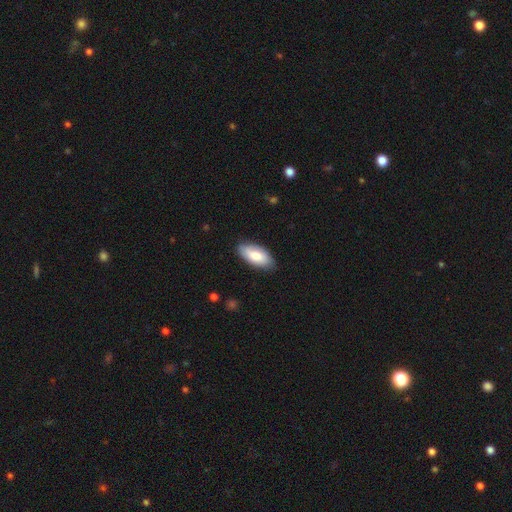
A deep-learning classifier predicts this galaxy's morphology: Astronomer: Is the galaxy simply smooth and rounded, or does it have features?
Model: smooth — 78%.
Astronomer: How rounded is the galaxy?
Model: in between — 90%.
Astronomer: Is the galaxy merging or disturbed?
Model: none — 83%.